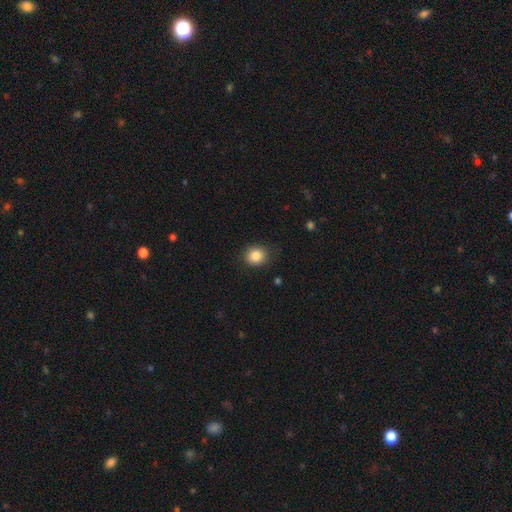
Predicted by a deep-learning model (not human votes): smooth-or-featured: smooth: 85% | star or artifact: 9% | featured or disk: 5%
  how-rounded: round: 77% | in between: 22% | cigar-shaped: 1%
  merging: none: 83% | minor disturbance: 13% | major disturbance: 3% | merger: 1%